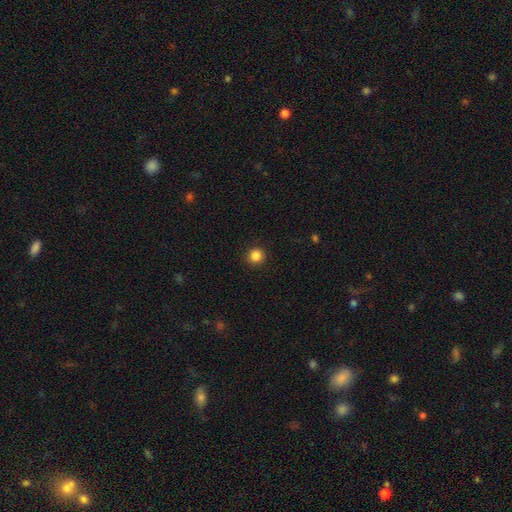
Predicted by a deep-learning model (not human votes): Morphology: type=smooth (86%); roundness=round (95%); merging=none (93%).